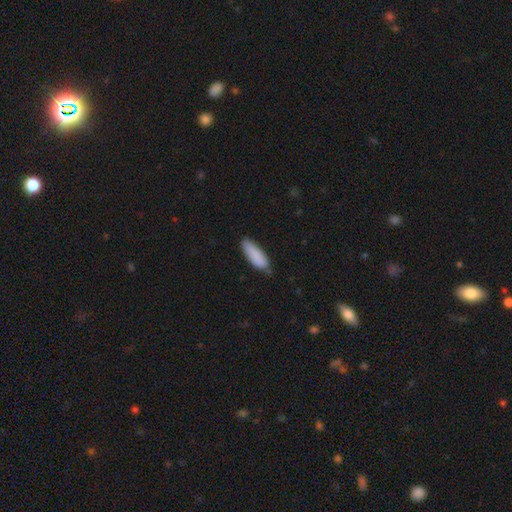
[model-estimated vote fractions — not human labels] Smooth or featured?
  - smooth: 87% *
  - featured or disk: 7%
  - star or artifact: 6%
How rounded?
  - in between: 58% *
  - cigar-shaped: 40%
  - round: 2%
Merging?
  - none: 70% *
  - minor disturbance: 24%
  - major disturbance: 3%
  - merger: 2%